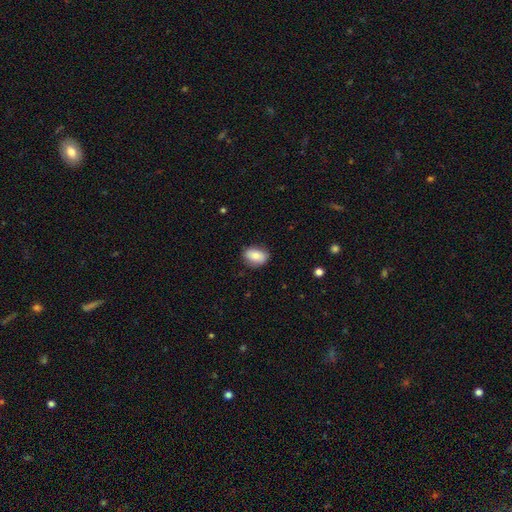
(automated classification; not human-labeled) Overall: smooth (81%). How rounded: in between (80%). Merging: none (82%).